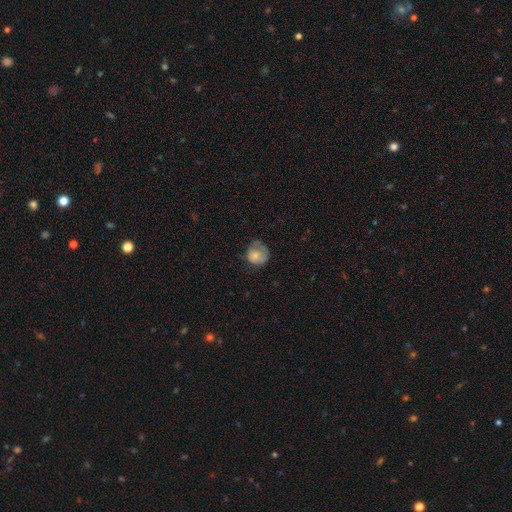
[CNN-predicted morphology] Smooth or featured?
  - smooth: 72% *
  - featured or disk: 20%
  - star or artifact: 8%
How rounded?
  - round: 74% *
  - in between: 25%
  - cigar-shaped: 1%
Merging?
  - none: 42% *
  - minor disturbance: 31%
  - major disturbance: 25%
  - merger: 2%